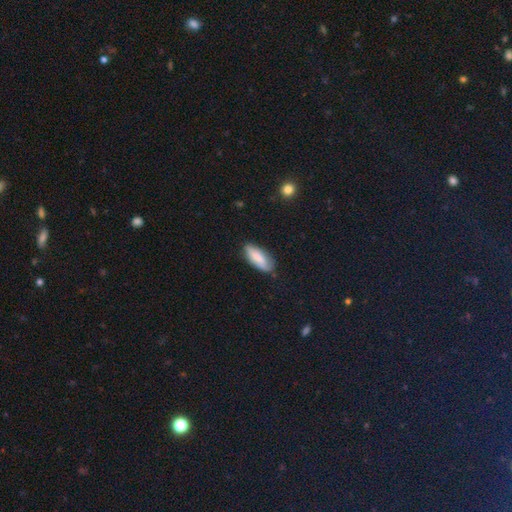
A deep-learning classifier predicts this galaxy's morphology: smooth-or-featured: smooth: 79% | featured or disk: 15% | star or artifact: 6%
  how-rounded: in between: 69% | cigar-shaped: 29% | round: 2%
  merging: none: 79% | minor disturbance: 17% | major disturbance: 3% | merger: 1%